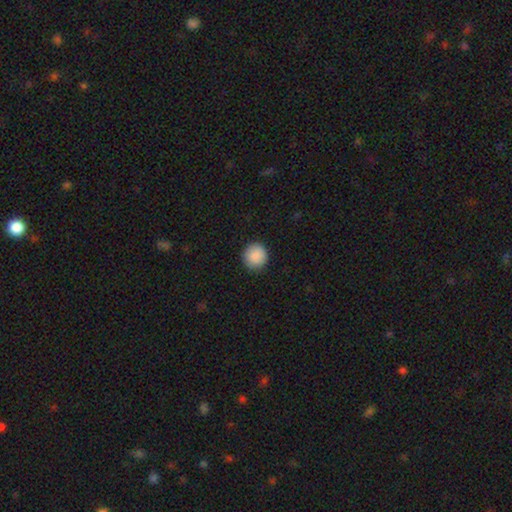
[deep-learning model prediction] Smooth or featured: smooth — 89% (star or artifact — 7%)
How rounded: round — 94% (in between — 5%)
Merging: none — 91% (minor disturbance — 6%)